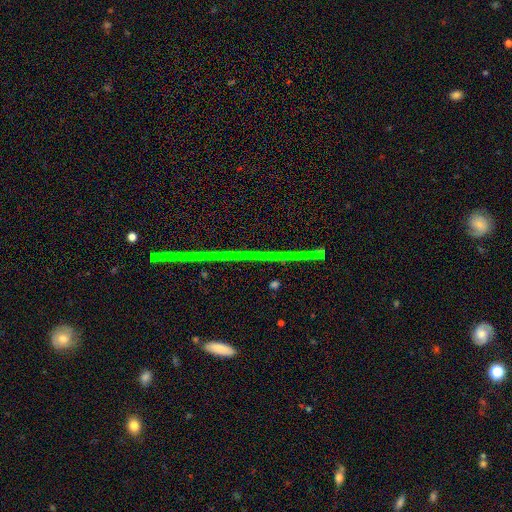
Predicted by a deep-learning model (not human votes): A star or artifact, not a galaxy (76%).

Vote fractions:
- Smooth or featured? star or artifact: 76% / featured or disk: 15% / smooth: 9%